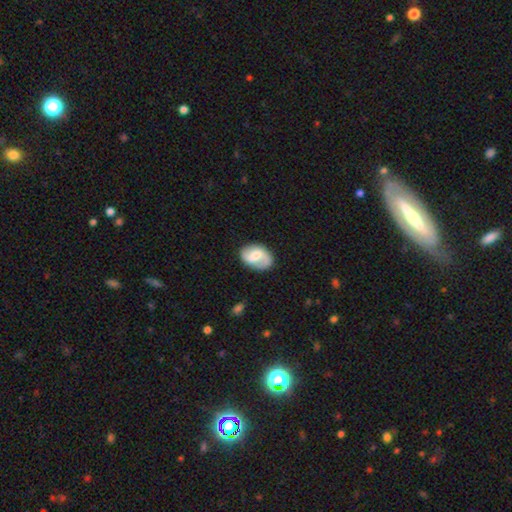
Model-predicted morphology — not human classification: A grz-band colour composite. It shows a featured or disk galaxy (61%) with a weak bar (50%), 2 (82%) medium (41%) spiral arms (87%) and a moderate central bulge (50%). Merging: none (78%).